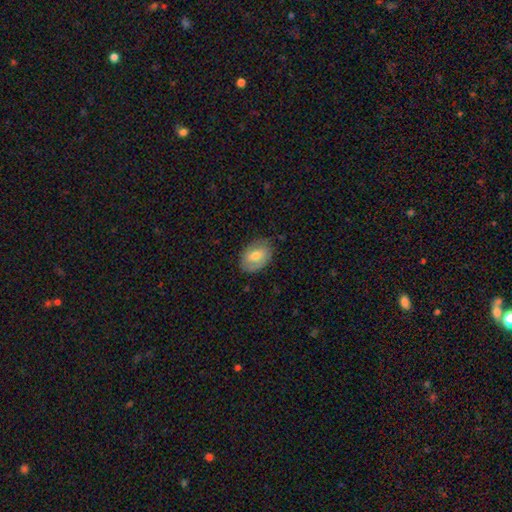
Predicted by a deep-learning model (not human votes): Overall: smooth (58%; featured or disk 36%). How rounded: in between (79%). Merging: none (78%).